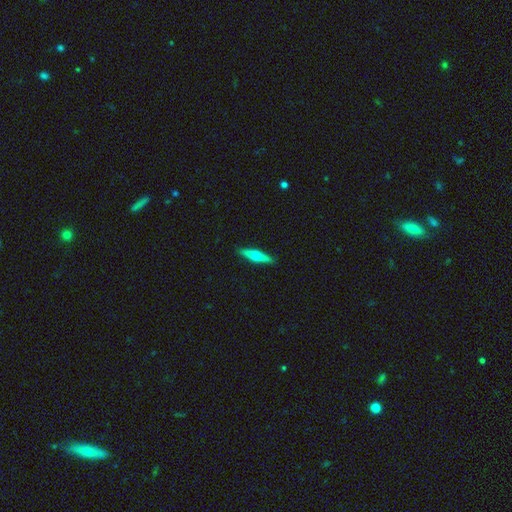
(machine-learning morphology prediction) smooth_or_featured: featured or disk (p=0.55) [alt: smooth p=0.39]
disk_edge_on: yes (p=0.96) [alt: no p=0.04]
edge_on_bulge: rounded (p=0.92) [alt: none p=0.05]
merging: none (p=0.91) [alt: minor disturbance p=0.06]